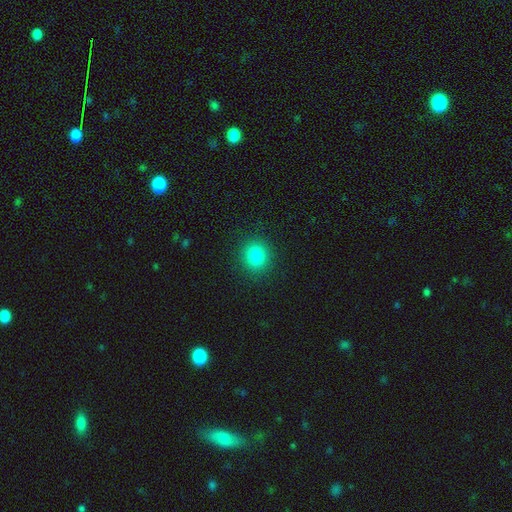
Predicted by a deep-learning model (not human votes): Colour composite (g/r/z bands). It shows a smooth galaxy with no disk features (82%) that is round (84%). Merging: none (91%).